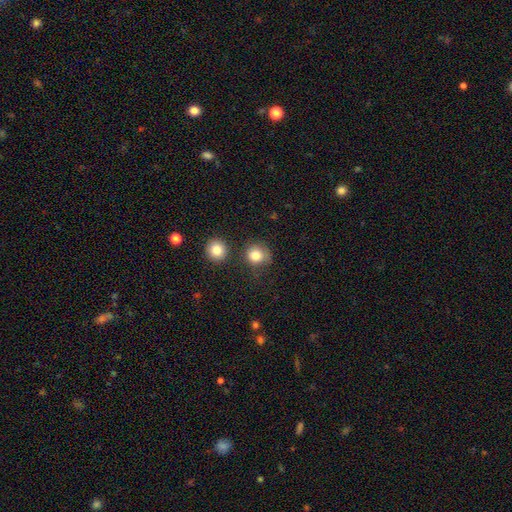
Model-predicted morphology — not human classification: The model was most divided on "merging": none: 72%, minor disturbance: 15%, merger: 7%, major disturbance: 6%. More confident: how rounded — round (84%); smooth or featured — smooth (82%).